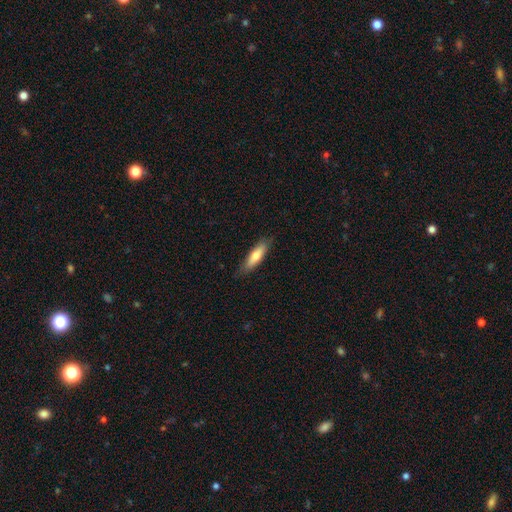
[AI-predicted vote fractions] Smooth or featured? Predicted: smooth (p=0.70). How rounded? Predicted: cigar-shaped (p=0.63). Merging? Predicted: none (p=0.82).